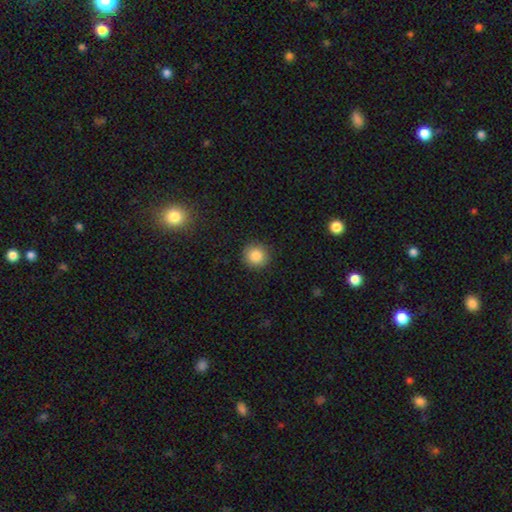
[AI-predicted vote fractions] smooth 85%, star or artifact 10%, featured or disk 5%. Down the decision tree: how rounded — round (92%); merging — none (90%).